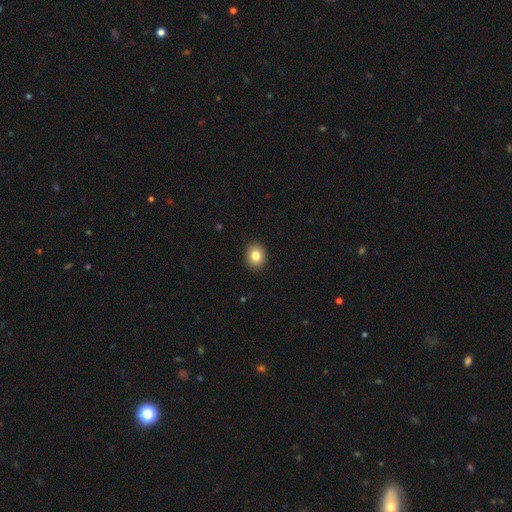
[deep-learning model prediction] Q: Smooth or featured?
A: smooth (83%); runner-up: star or artifact (10%)
Q: How rounded?
A: round (70%); runner-up: in between (29%)
Q: Merging?
A: none (91%); runner-up: minor disturbance (6%)